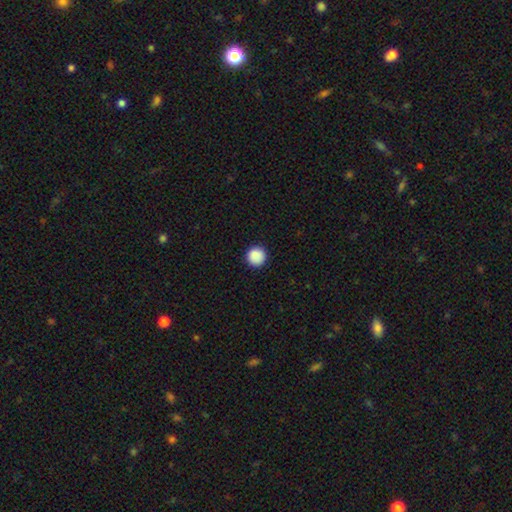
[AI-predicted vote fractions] Smooth or featured: smooth — 88% (star or artifact — 9%)
How rounded: round — 96% (in between — 3%)
Merging: none — 91% (minor disturbance — 6%)